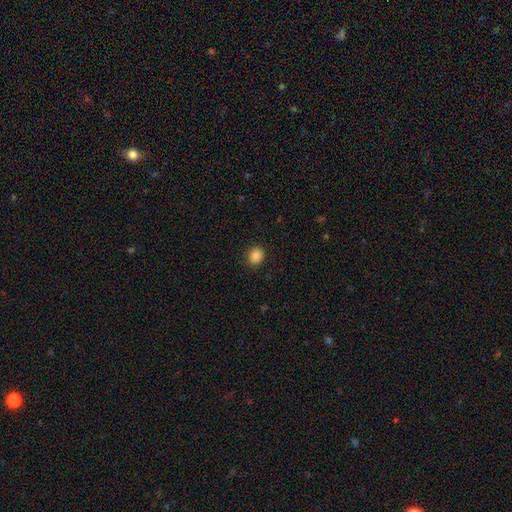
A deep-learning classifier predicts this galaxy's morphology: This is clearly a smooth galaxy (86%). How rounded: likely round (73%). Merging: clearly none (90%).